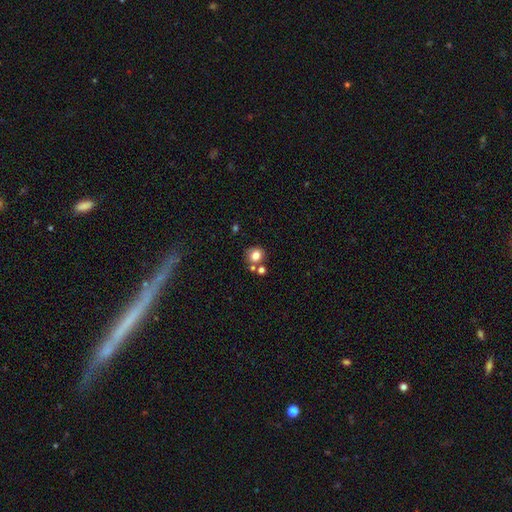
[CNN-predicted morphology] A smooth galaxy with no disk features (80%) that is round (79%).

Vote fractions:
- Smooth or featured? smooth: 80% / star or artifact: 12% / featured or disk: 9%
- How rounded? round: 79% / in between: 20% / cigar-shaped: 1%
- Merging? none: 65% / merger: 19% / minor disturbance: 12% / major disturbance: 4%